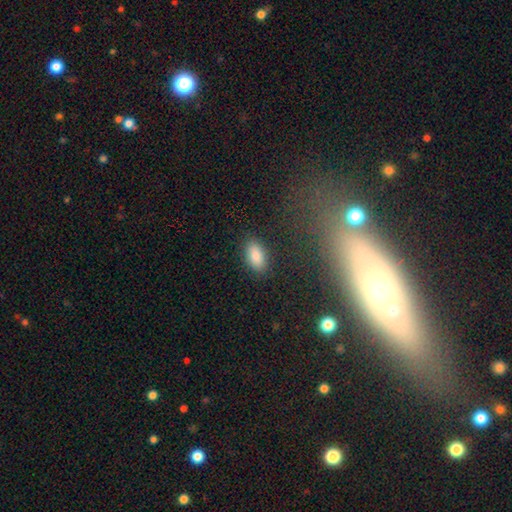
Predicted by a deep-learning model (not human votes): smooth-or-featured: smooth: 86% | star or artifact: 8% | featured or disk: 5%
  how-rounded: in between: 92% | cigar-shaped: 5% | round: 4%
  merging: none: 87% | minor disturbance: 9% | major disturbance: 3% | merger: 1%